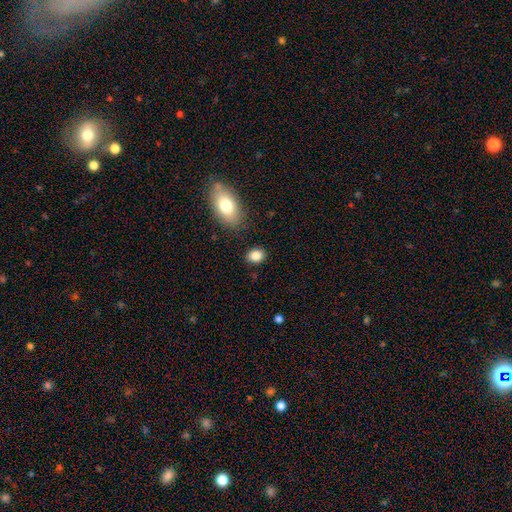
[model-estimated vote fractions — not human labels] A smooth galaxy with no disk features (85%) that is in between round and cigar-shaped (54%). Merging: none (86%).